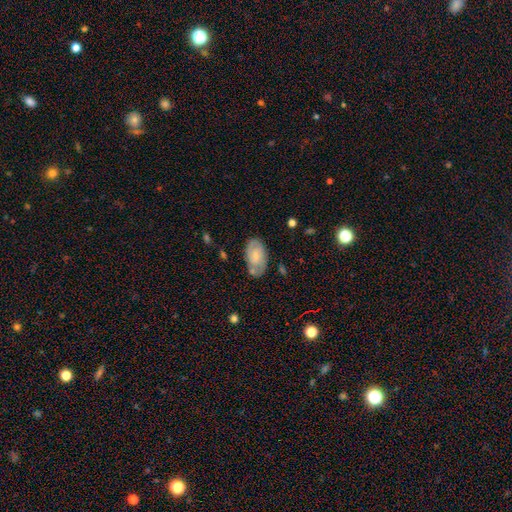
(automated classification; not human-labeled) The model was most divided on "smooth or featured": smooth: 53%, featured or disk: 41%, star or artifact: 7%. More confident: how rounded — in between (93%); merging — none (68%).